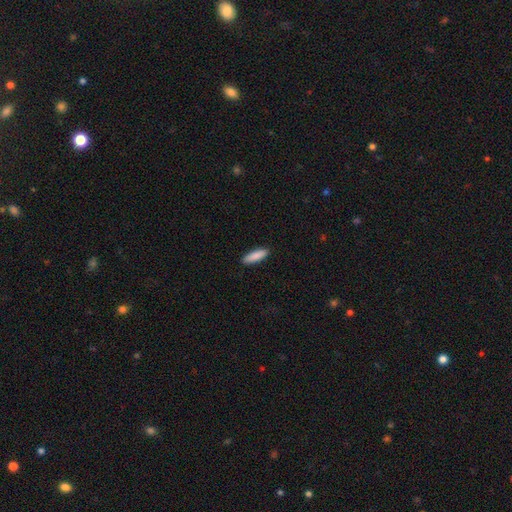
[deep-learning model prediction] Overall: smooth (89%). How rounded: cigar-shaped (59%; in between 40%). Merging: none (90%).